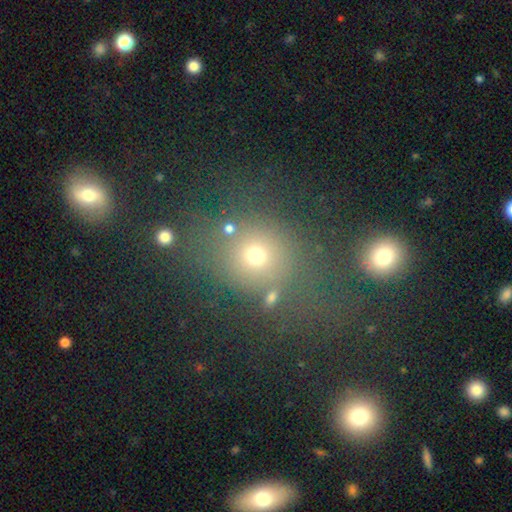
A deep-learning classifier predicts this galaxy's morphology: smooth-or-featured: smooth: 66% | star or artifact: 22% | featured or disk: 12%
  how-rounded: round: 72% | in between: 26% | cigar-shaped: 2%
  merging: none: 59% | merger: 15% | minor disturbance: 14% | major disturbance: 12%